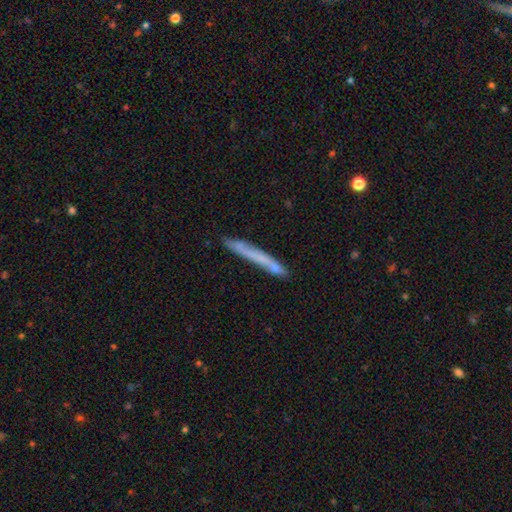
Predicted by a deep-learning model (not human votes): The model was most divided on "smooth or featured": smooth: 56%, featured or disk: 37%, star or artifact: 8%. More confident: how rounded — cigar-shaped (96%); merging — none (74%).